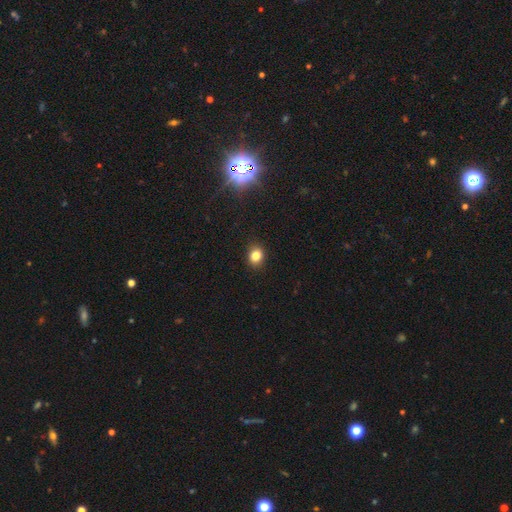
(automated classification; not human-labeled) Smooth or featured?
  - smooth: 81% *
  - star or artifact: 13%
  - featured or disk: 6%
How rounded?
  - round: 61% *
  - in between: 38%
  - cigar-shaped: 1%
Merging?
  - none: 89% *
  - minor disturbance: 8%
  - major disturbance: 2%
  - merger: 1%